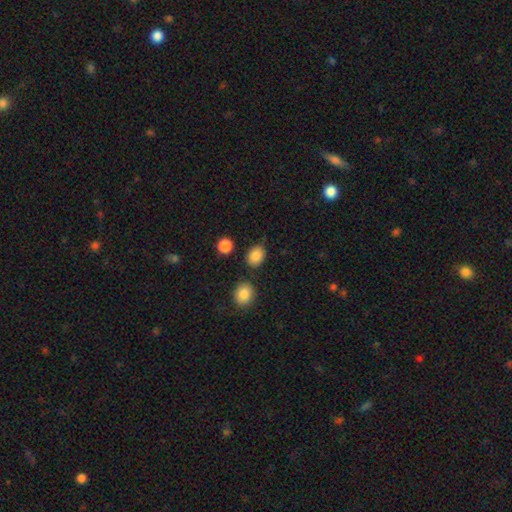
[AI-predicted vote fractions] This is clearly a smooth galaxy (86%). How rounded: likely in between (65%). Merging: likely none (77%).